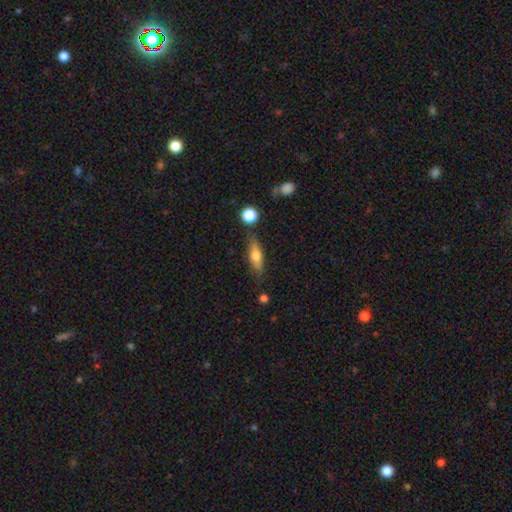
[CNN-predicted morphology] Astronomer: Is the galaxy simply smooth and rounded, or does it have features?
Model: smooth — 63%.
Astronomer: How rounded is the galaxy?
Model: cigar-shaped — 49% (runner-up: in between, 47%).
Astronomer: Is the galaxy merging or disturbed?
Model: none — 77%.